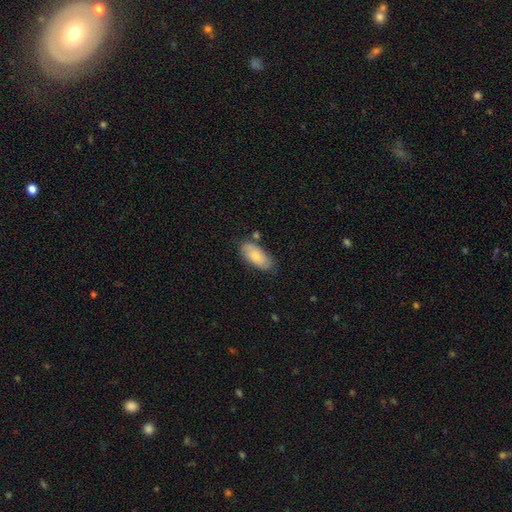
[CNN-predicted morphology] A smooth galaxy with no disk features (77%) that is in between round and cigar-shaped (90%). Merging: none (74%).